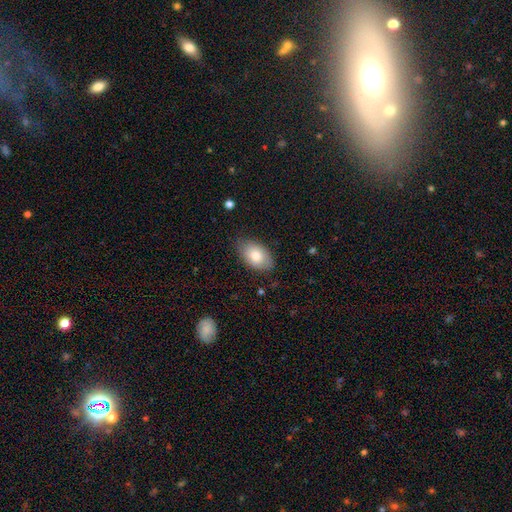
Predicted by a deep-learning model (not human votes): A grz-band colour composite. It shows a smooth galaxy with no disk features (78%) that is in between round and cigar-shaped (92%). Merging: none (78%).